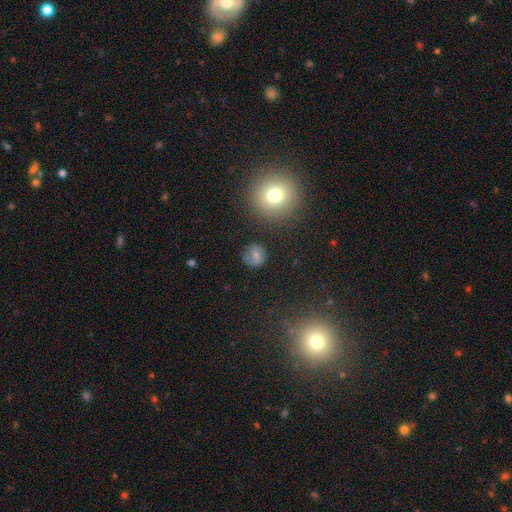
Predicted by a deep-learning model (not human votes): Smooth or featured? Predicted: smooth (p=0.57). How rounded? Predicted: round (p=0.86). Merging? Predicted: none (p=0.78).